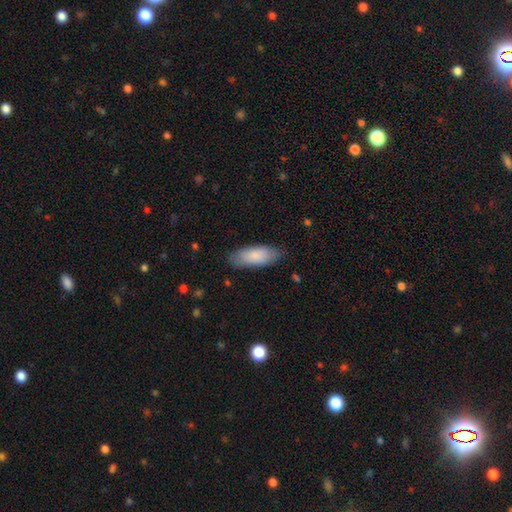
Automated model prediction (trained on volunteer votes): Morphology: type=smooth (85%); roundness=in between (77%); merging=none (81%).